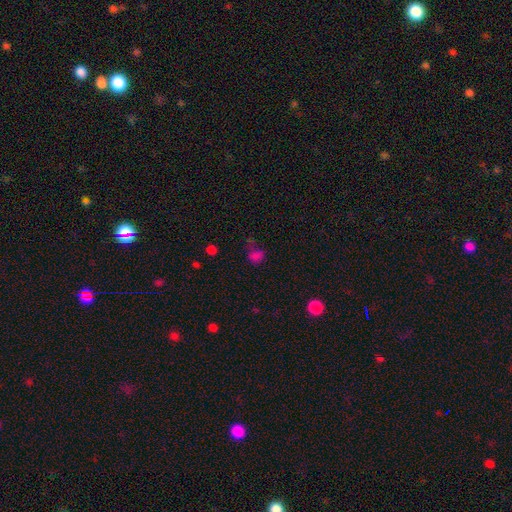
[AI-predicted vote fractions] smooth 60%, star or artifact 32%, featured or disk 8%. Down the decision tree: how rounded — round (59%); merging — none (48%).